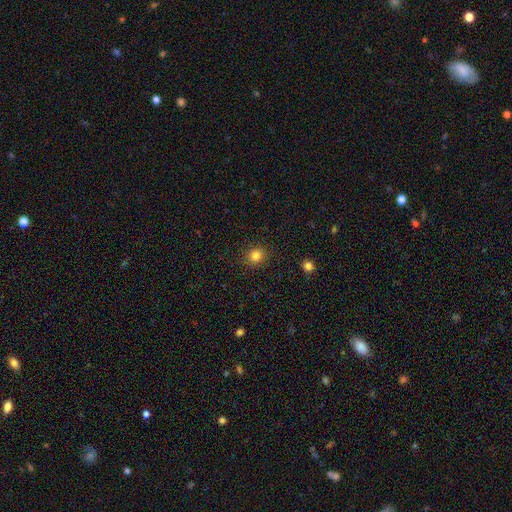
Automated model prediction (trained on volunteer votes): The model was most divided on "how rounded": round: 78%, in between: 21%, cigar-shaped: 1%. More confident: merging — none (89%); smooth or featured — smooth (83%).